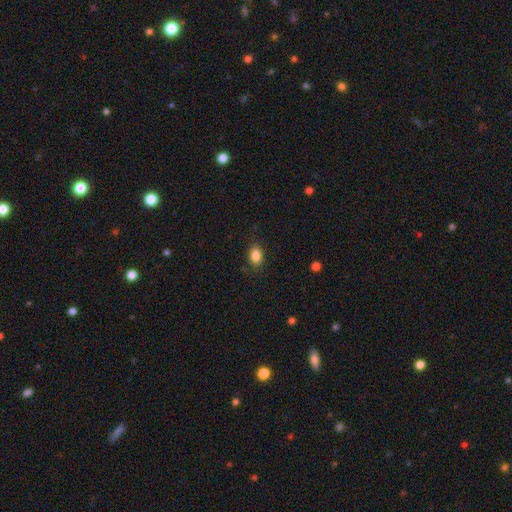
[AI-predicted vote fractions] This is clearly a smooth galaxy (86%). How rounded: likely in between (79%). Merging: clearly none (85%).